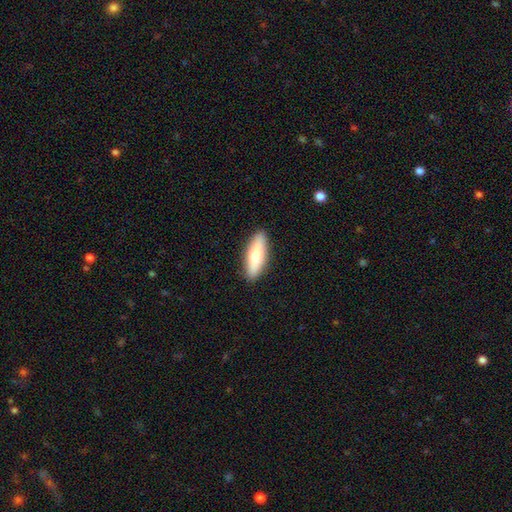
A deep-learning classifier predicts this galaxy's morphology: smooth_or_featured: smooth (p=0.72) [alt: featured or disk p=0.22]
how_rounded: in between (p=0.52) [alt: cigar-shaped p=0.46]
merging: none (p=0.90) [alt: minor disturbance p=0.08]